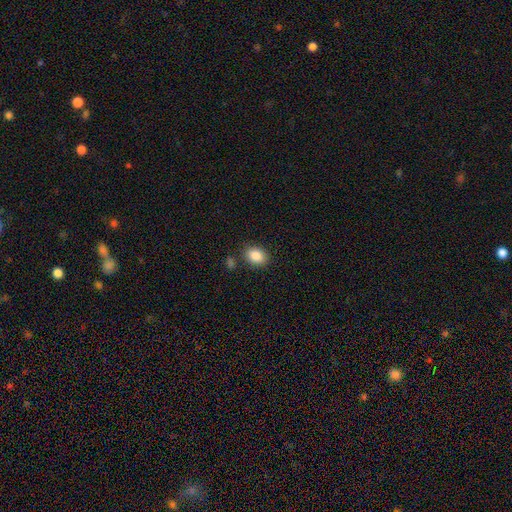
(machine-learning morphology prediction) smooth-or-featured: smooth: 87% | star or artifact: 8% | featured or disk: 5%
  how-rounded: in between: 65% | round: 34% | cigar-shaped: 1%
  merging: none: 82% | minor disturbance: 11% | merger: 4% | major disturbance: 3%